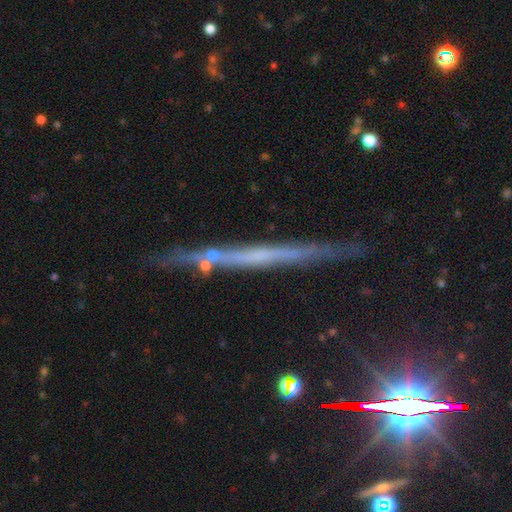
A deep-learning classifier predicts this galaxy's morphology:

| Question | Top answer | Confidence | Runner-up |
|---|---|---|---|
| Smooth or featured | featured or disk | 58% | smooth (24%) |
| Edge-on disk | yes | 94% | no (6%) |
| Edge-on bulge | none | 82% | rounded (12%) |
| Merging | none | 79% | minor disturbance (14%) |